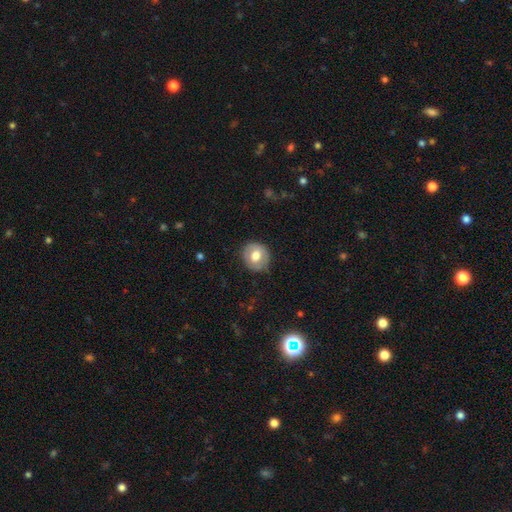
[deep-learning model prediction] smooth_or_featured: smooth (p=0.63) [alt: featured or disk p=0.30]
how_rounded: round (p=0.82) [alt: in between p=0.17]
merging: none (p=0.83) [alt: minor disturbance p=0.13]